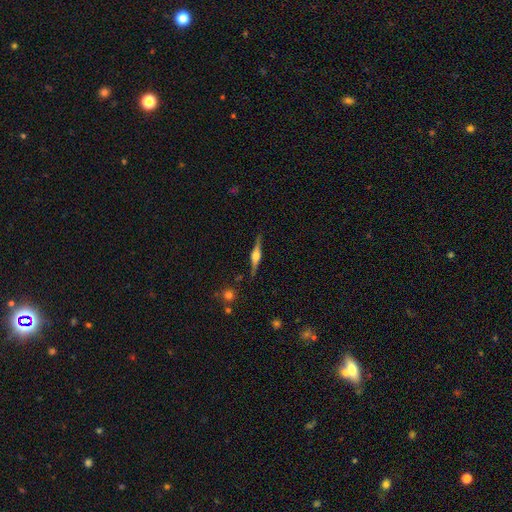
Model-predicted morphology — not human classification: smooth_or_featured: featured or disk (p=0.82) [alt: smooth p=0.12]
disk_edge_on: yes (p=0.98) [alt: no p=0.02]
edge_on_bulge: rounded (p=0.85) [alt: boxy p=0.12]
merging: none (p=0.88) [alt: minor disturbance p=0.09]